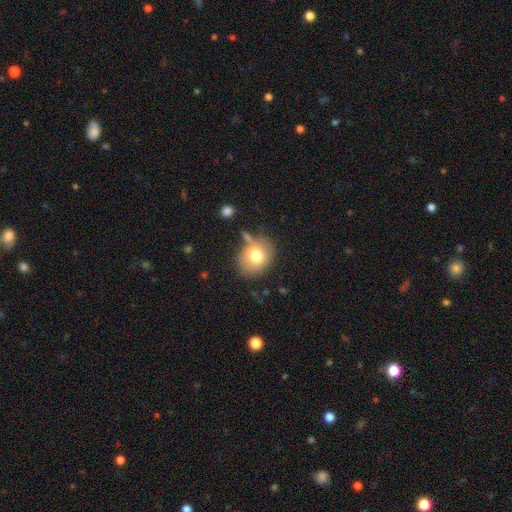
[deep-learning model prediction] Overall: smooth (72%). How rounded: round (60%; in between 40%). Merging: none (61%).